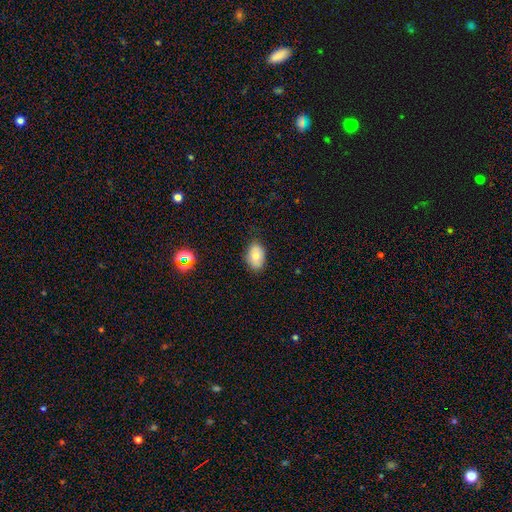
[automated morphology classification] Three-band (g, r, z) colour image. It shows a smooth galaxy with no disk features (77%) that is in between round and cigar-shaped (88%). Merging: none (81%).